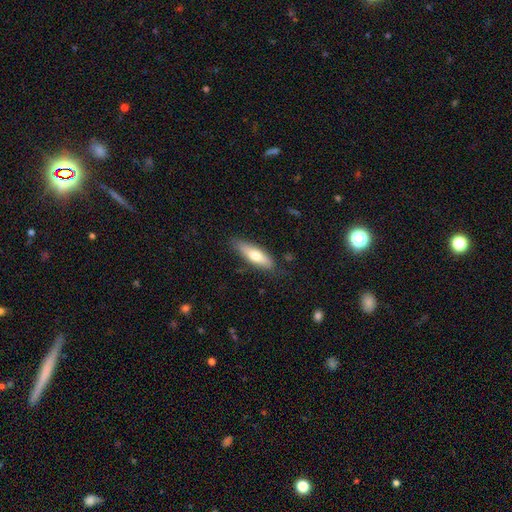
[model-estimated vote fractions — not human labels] A smooth galaxy with no disk features (66%) that is cigar-shaped (56%).

Vote fractions:
- Smooth or featured? smooth: 66% / featured or disk: 28% / star or artifact: 6%
- How rounded? cigar-shaped: 56% / in between: 42% / round: 2%
- Merging? none: 78% / minor disturbance: 17% / major disturbance: 3% / merger: 1%